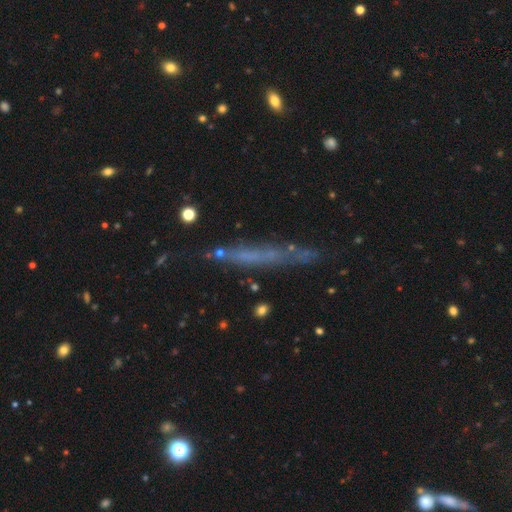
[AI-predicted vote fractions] Smooth or featured: smooth — 44% (tied with featured or disk — 44%)
Merging: none — 68% (minor disturbance — 19%)